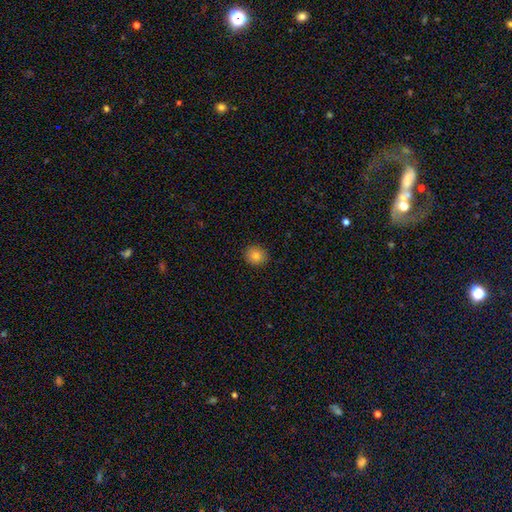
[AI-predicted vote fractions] The model was most divided on "how rounded": round: 82%, in between: 17%, cigar-shaped: 1%. More confident: merging — none (91%); smooth or featured — smooth (81%).